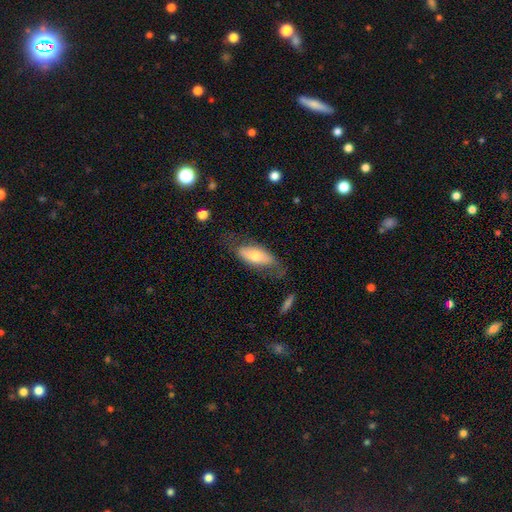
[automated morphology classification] This appears to be a smooth galaxy with no disk features (61%) that is in between round and cigar-shaped (80%). Merging: none (53%).